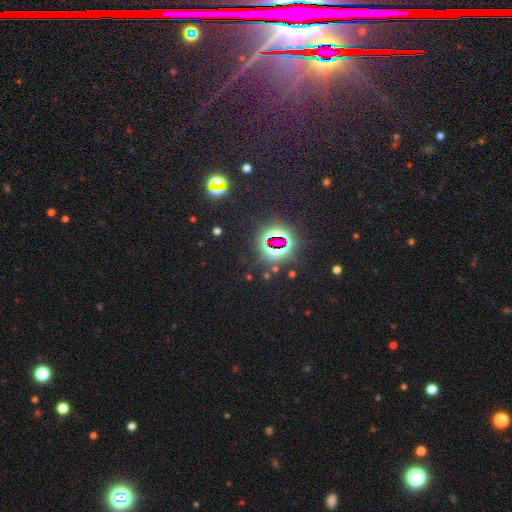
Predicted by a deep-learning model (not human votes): The model was most divided on "smooth or featured": star or artifact: 83%, smooth: 9%, featured or disk: 8%.